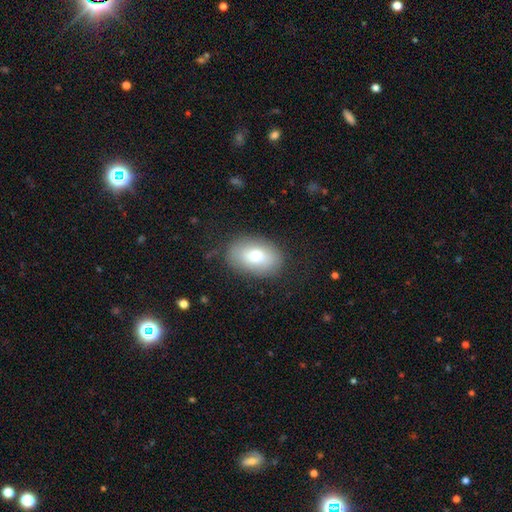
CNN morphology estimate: smooth-or-featured: smooth: 72% | featured or disk: 19% | star or artifact: 9%
  how-rounded: in between: 82% | round: 17% | cigar-shaped: 1%
  merging: none: 83% | minor disturbance: 12% | major disturbance: 4% | merger: 1%